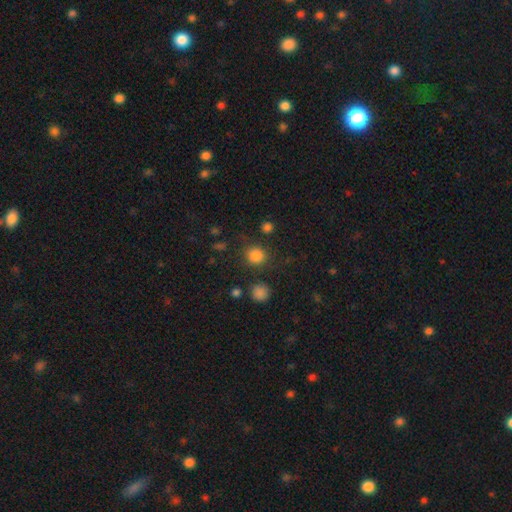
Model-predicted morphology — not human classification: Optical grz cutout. It shows a smooth galaxy with no disk features (82%) that is round (89%). Merging: none (81%).